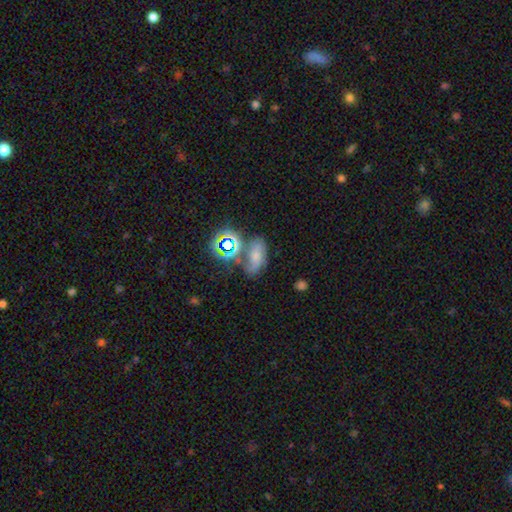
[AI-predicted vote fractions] Morphology: type=smooth (53%); roundness=in between (78%); merging=none (53%).